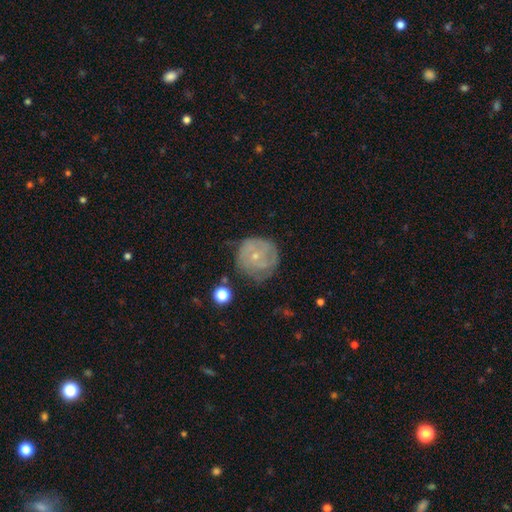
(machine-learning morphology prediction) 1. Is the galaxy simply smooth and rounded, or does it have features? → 56% featured or disk, 35% smooth, 9% star or artifact.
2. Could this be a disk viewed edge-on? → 97% no, 3% yes.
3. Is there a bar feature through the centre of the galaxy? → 81% no, 16% weak, 3% strong.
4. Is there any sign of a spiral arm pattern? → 69% yes, 31% no.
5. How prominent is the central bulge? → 79% small, 16% moderate, 3% none, 1% large, 1% dominant.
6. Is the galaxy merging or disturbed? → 61% none, 26% minor disturbance, 11% major disturbance, 2% merger.